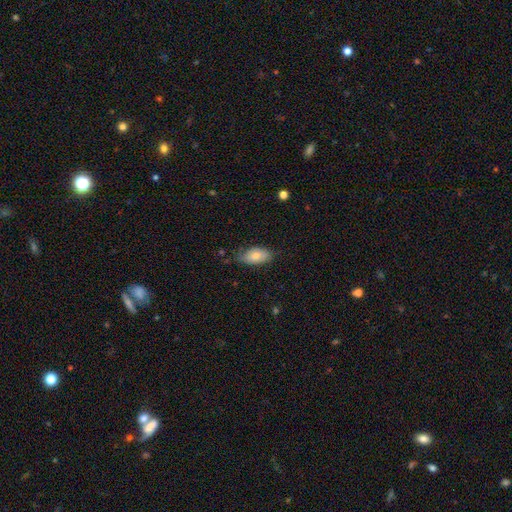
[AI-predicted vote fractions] Morphology: type=smooth (75%); roundness=in between (92%); merging=none (70%).